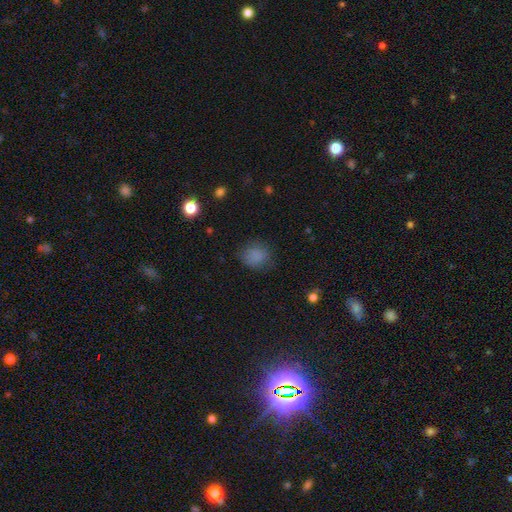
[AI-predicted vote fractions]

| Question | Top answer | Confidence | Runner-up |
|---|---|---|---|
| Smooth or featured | smooth | 83% | star or artifact (12%) |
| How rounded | round | 73% | in between (26%) |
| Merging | none | 75% | minor disturbance (18%) |